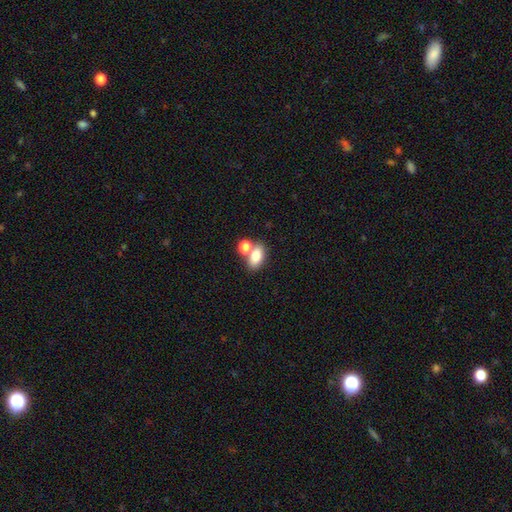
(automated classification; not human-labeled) Smooth or featured? smooth (78%)
How rounded? in between (82%)
Merging? none (52%)